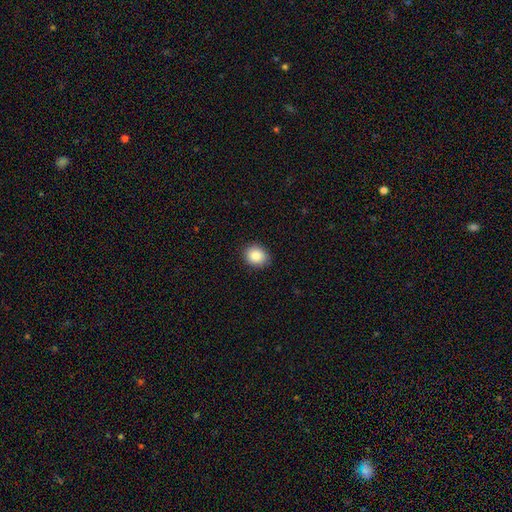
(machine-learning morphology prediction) type=smooth (87%); roundness=round (63%); merging=none (87%).